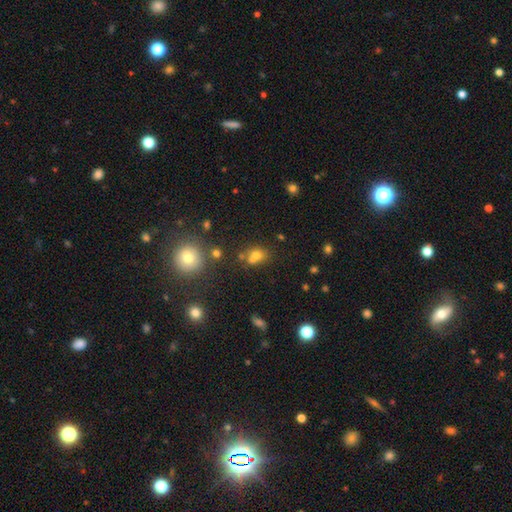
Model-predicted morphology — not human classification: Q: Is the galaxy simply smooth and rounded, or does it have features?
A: smooth — 69%.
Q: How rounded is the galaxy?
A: round — 56%.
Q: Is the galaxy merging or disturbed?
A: none — 46%.